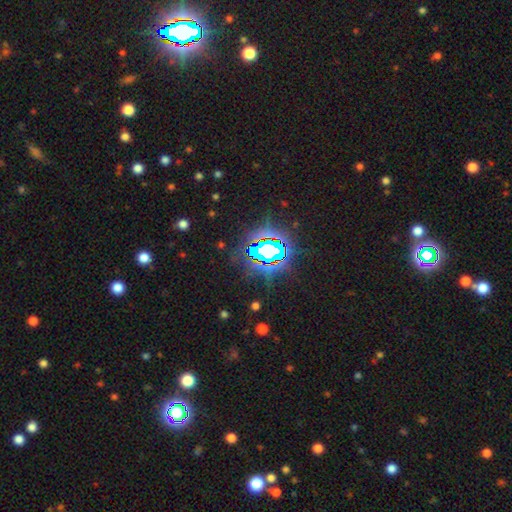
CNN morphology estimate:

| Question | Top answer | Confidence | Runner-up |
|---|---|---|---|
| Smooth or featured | star or artifact | 84% | smooth (9%) |